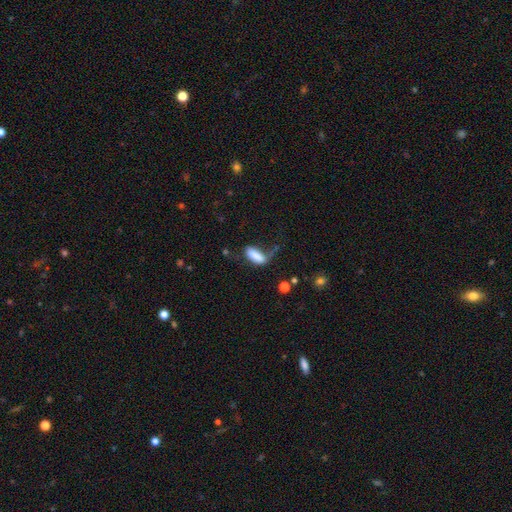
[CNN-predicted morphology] The model was most divided on "merging": major disturbance: 33%, none: 32%, minor disturbance: 27%, merger: 8%. More confident: how rounded — in between (81%); smooth or featured — smooth (80%).